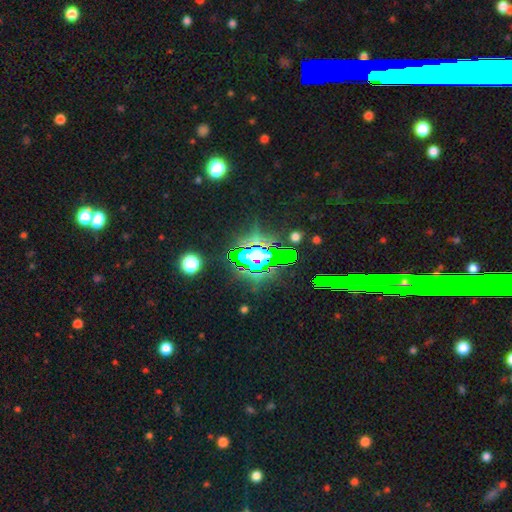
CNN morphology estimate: Overall: star or artifact (74%).